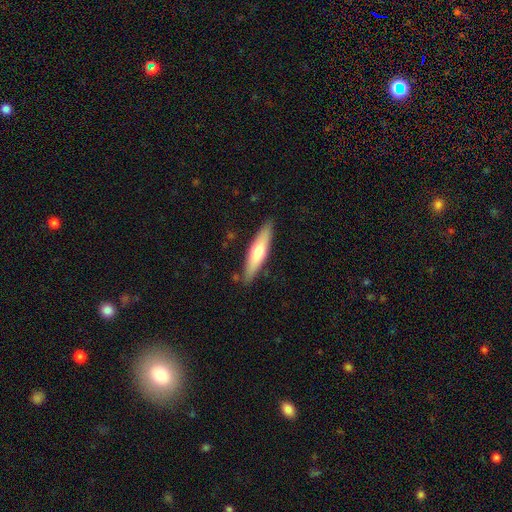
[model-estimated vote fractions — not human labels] Q: Smooth or featured?
A: smooth (57%); runner-up: featured or disk (38%)
Q: How rounded?
A: cigar-shaped (78%); runner-up: in between (20%)
Q: Merging?
A: none (86%); runner-up: minor disturbance (10%)